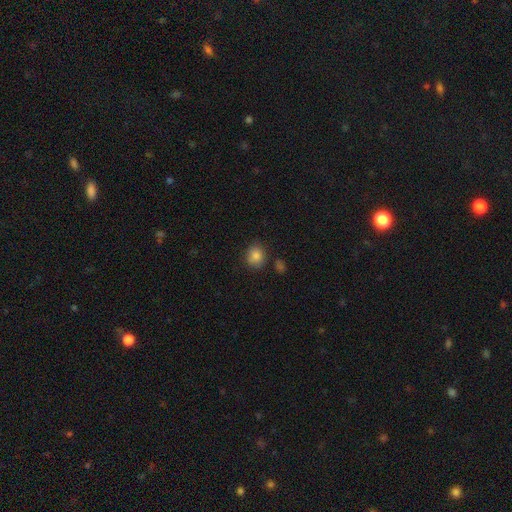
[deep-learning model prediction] This appears to be a smooth galaxy with no disk features (84%) that is round (68%). Merging: none (79%).